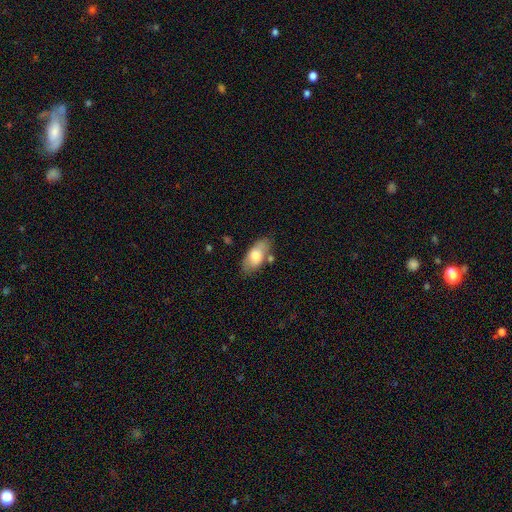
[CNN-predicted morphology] A smooth galaxy with no disk features (73%) that is in between round and cigar-shaped (90%). Merging: none (70%).